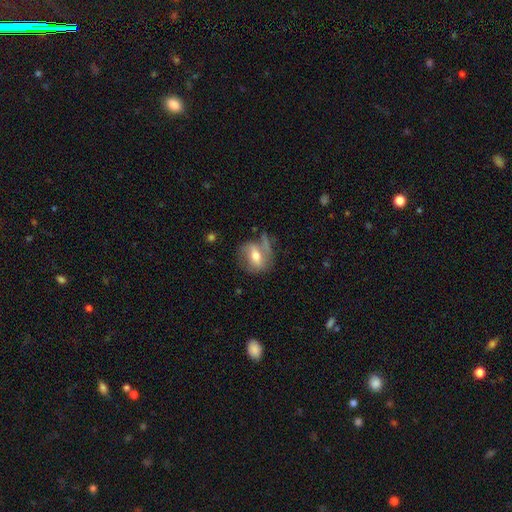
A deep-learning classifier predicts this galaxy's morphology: type=smooth (47%); merging=none (52%).